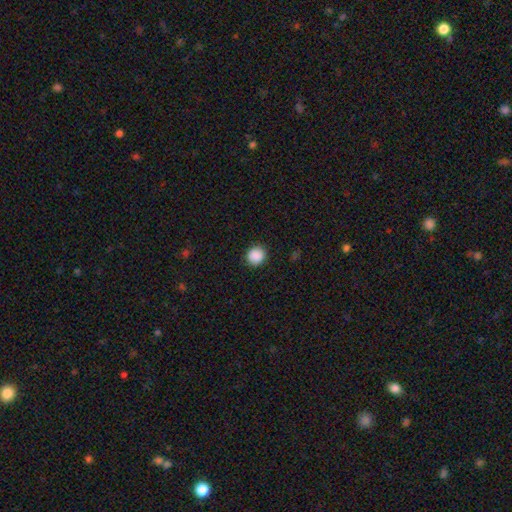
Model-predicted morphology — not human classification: A smooth galaxy with no disk features (89%) that is round (87%). Merging: none (90%).